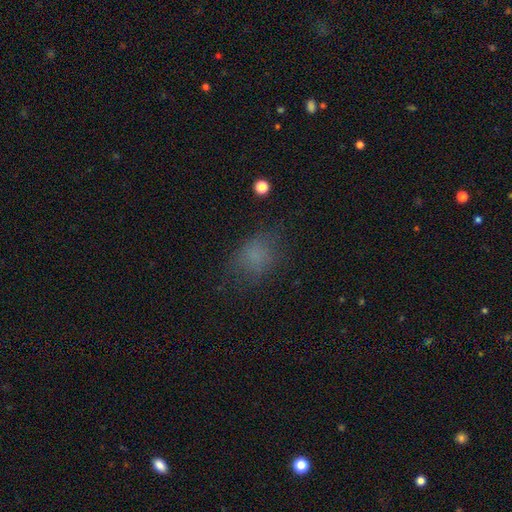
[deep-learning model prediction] A smooth galaxy with no disk features (72%) that is in between round and cigar-shaped (63%). Merging: none (66%).